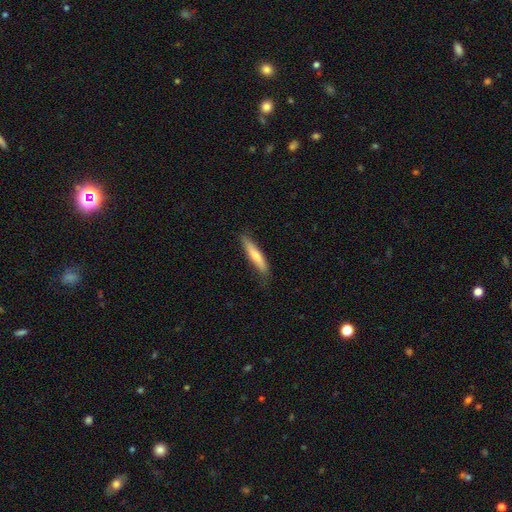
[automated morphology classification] Q: Smooth or featured?
A: smooth (67%); runner-up: featured or disk (28%)
Q: How rounded?
A: cigar-shaped (89%); runner-up: in between (10%)
Q: Merging?
A: none (79%); runner-up: minor disturbance (17%)